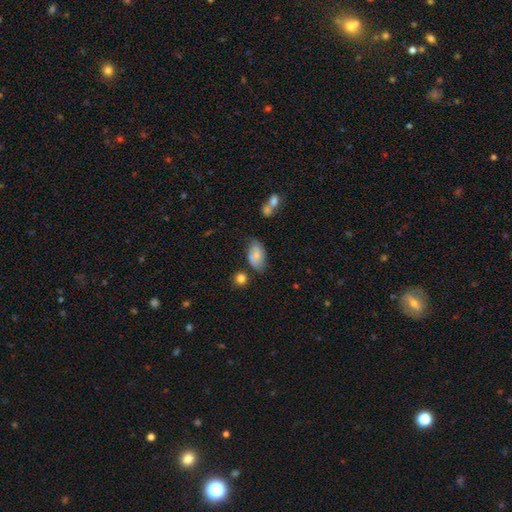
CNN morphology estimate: smooth-or-featured: smooth: 63% | featured or disk: 29% | star or artifact: 8%
  how-rounded: in between: 91% | round: 7% | cigar-shaped: 2%
  merging: none: 60% | minor disturbance: 26% | merger: 7% | major disturbance: 7%